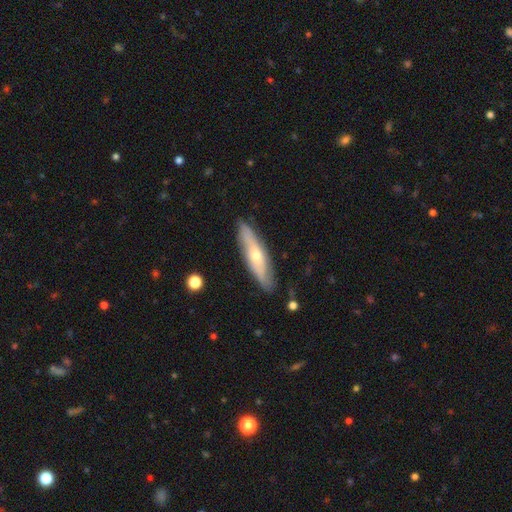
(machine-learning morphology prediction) This appears to be a featured or disk galaxy (52%) viewed edge-on (59%). Merging: none (83%).